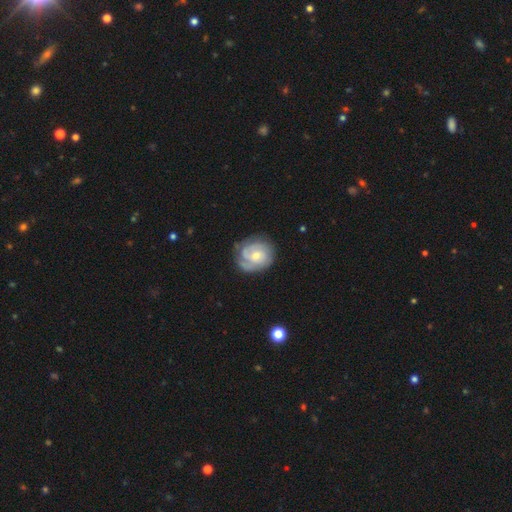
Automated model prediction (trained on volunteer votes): A featured or disk galaxy (71%) with no bar (68%), 2 (33%) tight (61%) spiral arms (89%) and a small central bulge (50%). Merging: none (67%).